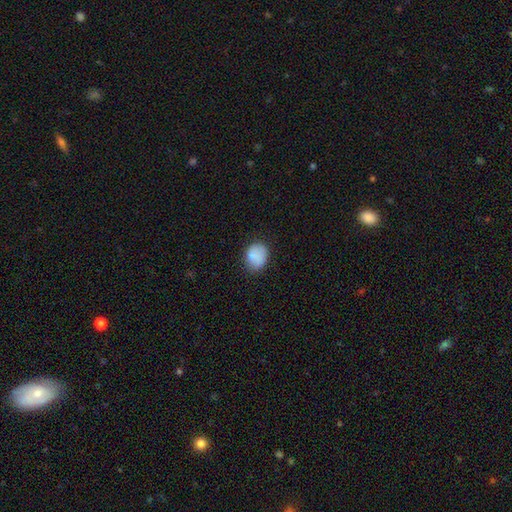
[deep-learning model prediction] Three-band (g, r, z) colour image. It shows a smooth galaxy with no disk features (81%) that is in between round and cigar-shaped (51%). Merging: none (68%).